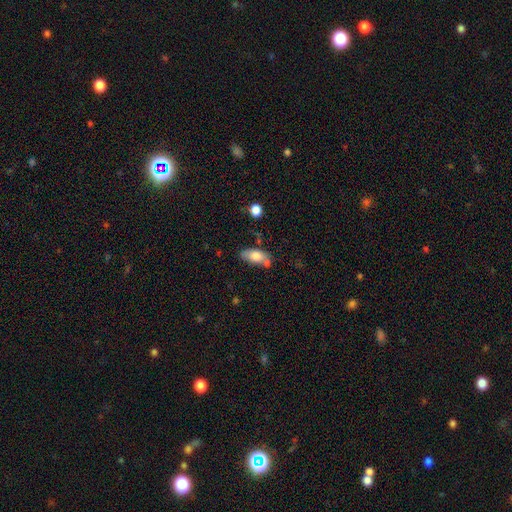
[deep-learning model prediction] smooth-or-featured: smooth: 75% | featured or disk: 18% | star or artifact: 7%
  how-rounded: in between: 85% | cigar-shaped: 12% | round: 3%
  merging: none: 59% | minor disturbance: 20% | merger: 16% | major disturbance: 6%